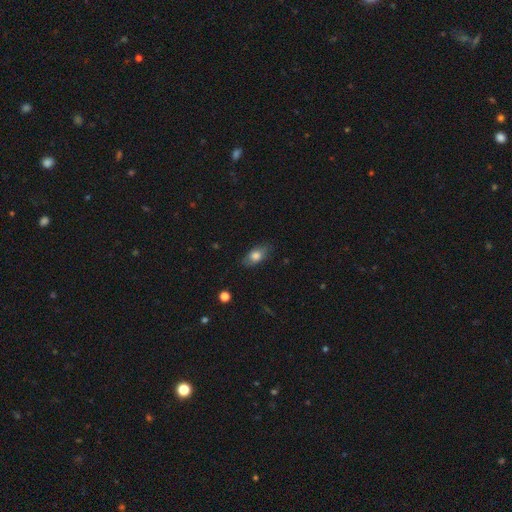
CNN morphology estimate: smooth_or_featured: smooth (p=0.77) [alt: featured or disk p=0.16]
how_rounded: in between (p=0.86) [alt: round p=0.07]
merging: none (p=0.79) [alt: minor disturbance p=0.16]